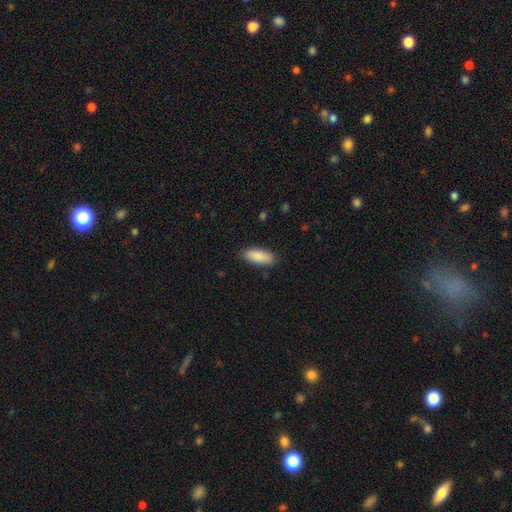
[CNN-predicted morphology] Q: Smooth or featured?
A: smooth (88%); runner-up: star or artifact (6%)
Q: How rounded?
A: in between (77%); runner-up: cigar-shaped (22%)
Q: Merging?
A: none (87%); runner-up: minor disturbance (10%)